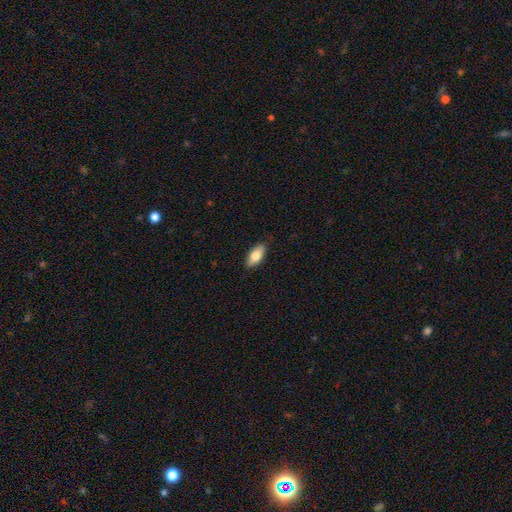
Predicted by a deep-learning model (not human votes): Smooth or featured?
  - smooth: 80% *
  - featured or disk: 14%
  - star or artifact: 6%
How rounded?
  - in between: 89% *
  - cigar-shaped: 9%
  - round: 2%
Merging?
  - none: 87% *
  - minor disturbance: 10%
  - major disturbance: 2%
  - merger: 1%